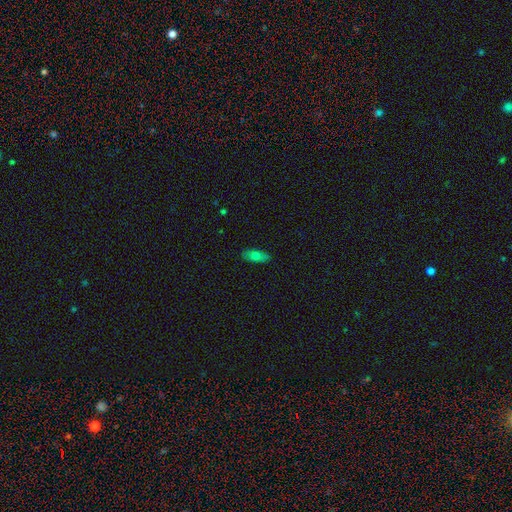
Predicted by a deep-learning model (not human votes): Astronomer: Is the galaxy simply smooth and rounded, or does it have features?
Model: smooth — 72%.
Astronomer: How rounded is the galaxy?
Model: in between — 77%.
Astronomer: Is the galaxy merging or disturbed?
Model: none — 85%.